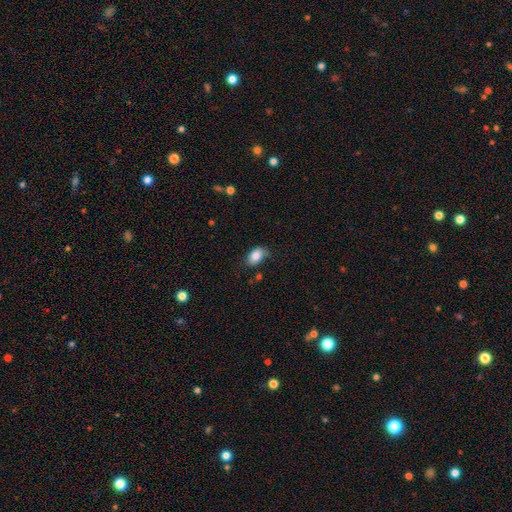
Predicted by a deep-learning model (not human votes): Smooth or featured? Predicted: smooth (p=0.83). How rounded? Predicted: in between (p=0.88). Merging? Predicted: none (p=0.67).